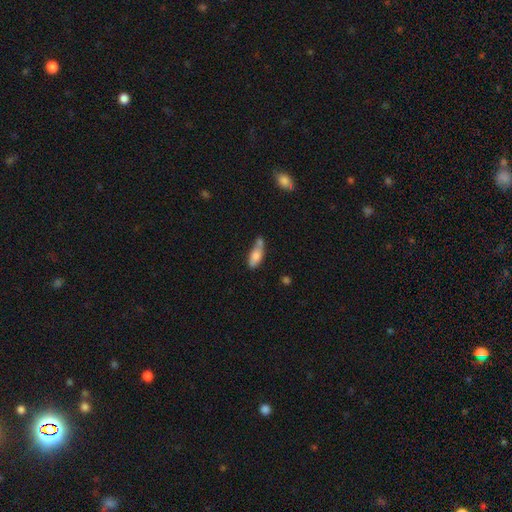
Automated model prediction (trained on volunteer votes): Overall: smooth (74%). How rounded: in between (66%; cigar-shaped 31%). Merging: none (40%; merger 26%).